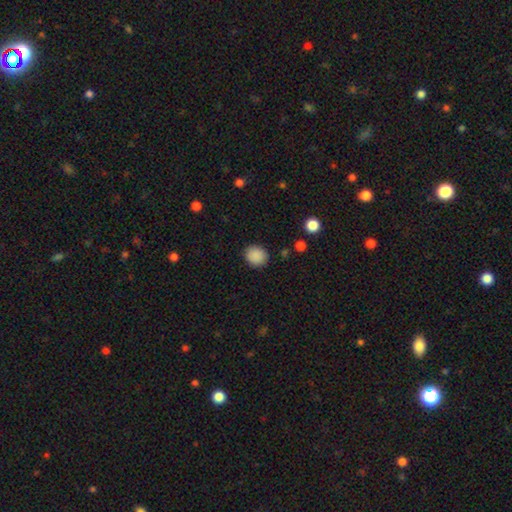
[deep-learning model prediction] Overall: smooth (88%). How rounded: round (78%). Merging: none (88%).